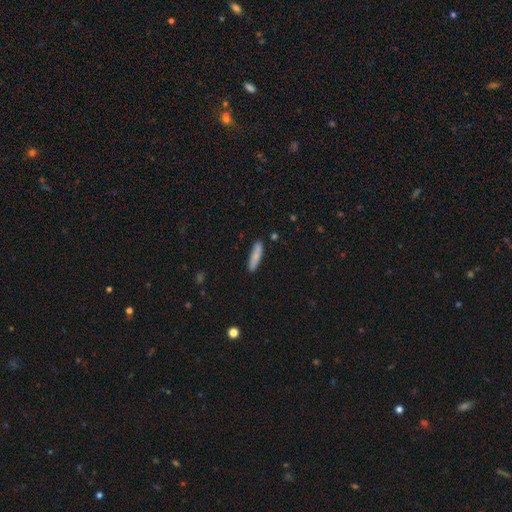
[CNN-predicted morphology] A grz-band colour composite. It shows a smooth galaxy with no disk features (78%) that is cigar-shaped (80%). Merging: none (86%).